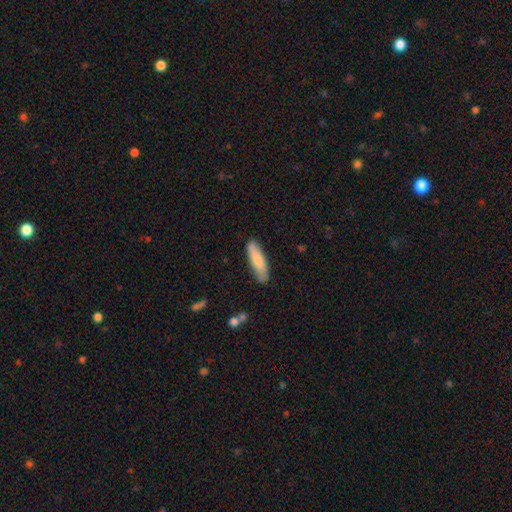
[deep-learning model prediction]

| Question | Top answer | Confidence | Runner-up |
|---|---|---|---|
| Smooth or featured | smooth | 76% | featured or disk (17%) |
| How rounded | cigar-shaped | 67% | in between (32%) |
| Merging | none | 85% | minor disturbance (11%) |